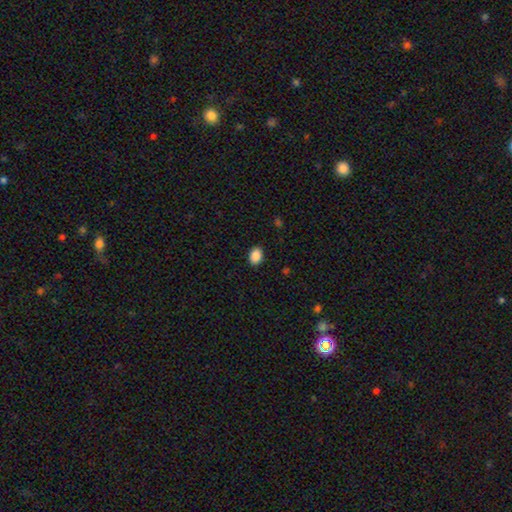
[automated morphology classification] This appears to be a smooth galaxy with no disk features (89%) that is in between round and cigar-shaped (80%). Merging: none (89%).